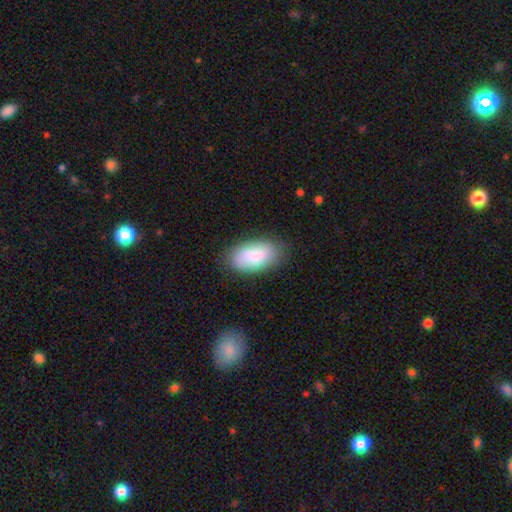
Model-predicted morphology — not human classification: The model was most divided on "merging": none: 81%, minor disturbance: 14%, major disturbance: 4%, merger: 1%. More confident: how rounded — in between (94%); smooth or featured — smooth (87%).